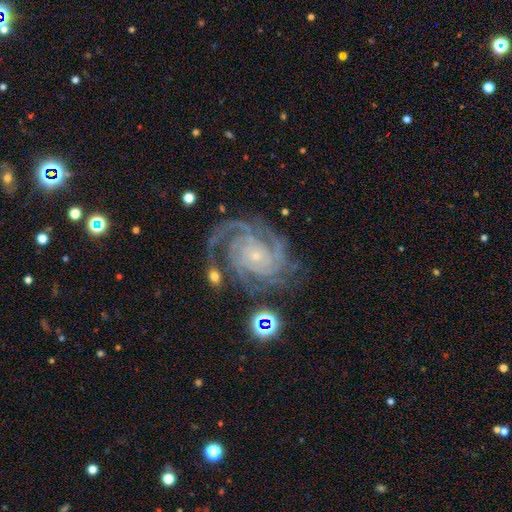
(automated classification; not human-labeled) A featured or disk galaxy (91%) with no bar (74%), 3 (32%) tight (74%) spiral arms (99%) and a small central bulge (86%). Merging: none (68%).